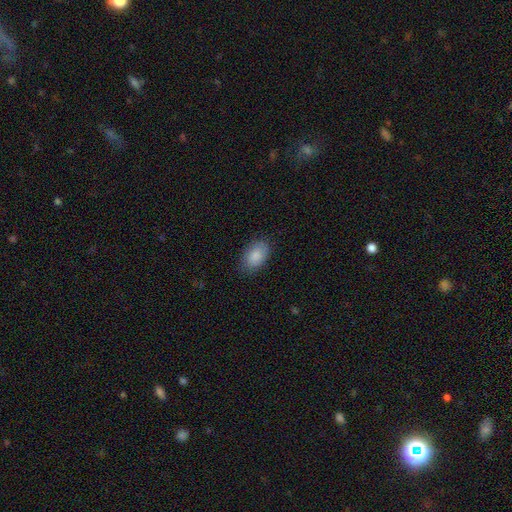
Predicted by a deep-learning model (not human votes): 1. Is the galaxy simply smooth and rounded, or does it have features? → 87% smooth, 7% star or artifact, 6% featured or disk.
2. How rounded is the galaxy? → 91% in between, 8% round, 1% cigar-shaped.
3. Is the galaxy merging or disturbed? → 82% none, 13% minor disturbance, 3% major disturbance, 1% merger.